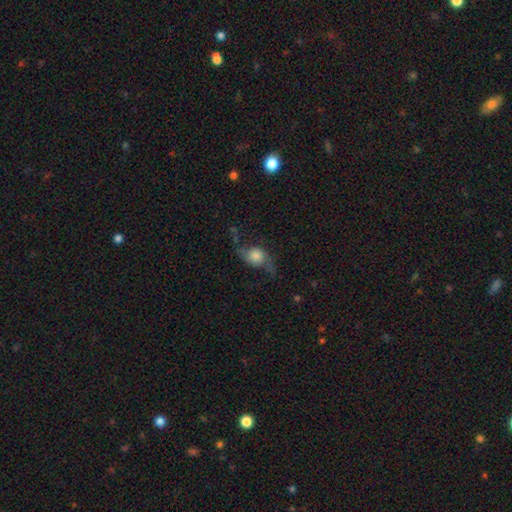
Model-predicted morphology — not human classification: A featured or disk galaxy (54%).

Vote fractions:
- Smooth or featured? featured or disk: 54% / smooth: 37% / star or artifact: 10%
- Edge-on disk? no: 85% / yes: 15%
- Merging? none: 51% / minor disturbance: 24% / major disturbance: 22% / merger: 3%